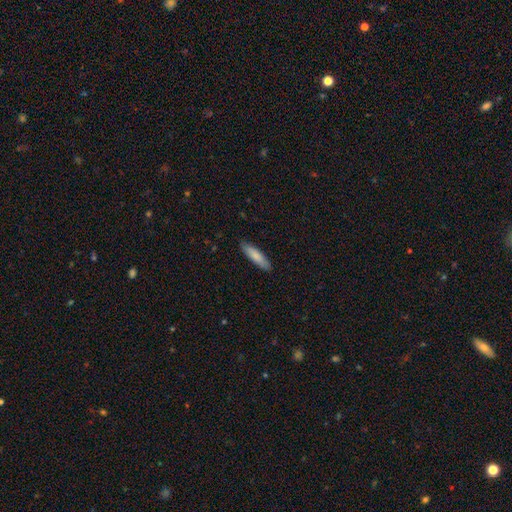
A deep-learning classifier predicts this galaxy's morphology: The model was most divided on "how rounded": cigar-shaped: 73%, in between: 25%, round: 1%. More confident: merging — none (88%); smooth or featured — smooth (82%).